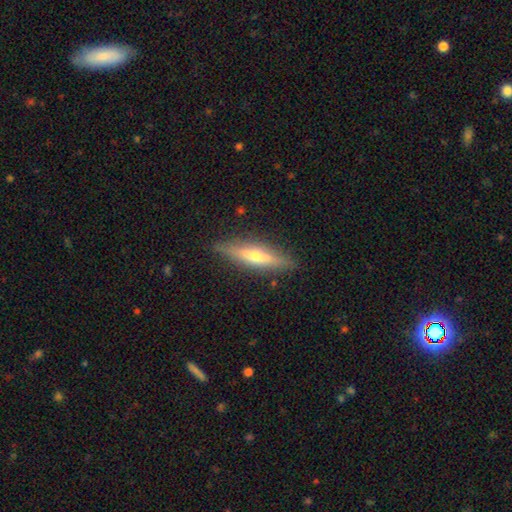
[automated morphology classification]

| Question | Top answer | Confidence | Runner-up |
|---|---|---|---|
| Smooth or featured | featured or disk | 61% | smooth (32%) |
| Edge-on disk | yes | 94% | no (6%) |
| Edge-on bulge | rounded | 82% | none (12%) |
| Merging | none | 89% | minor disturbance (8%) |